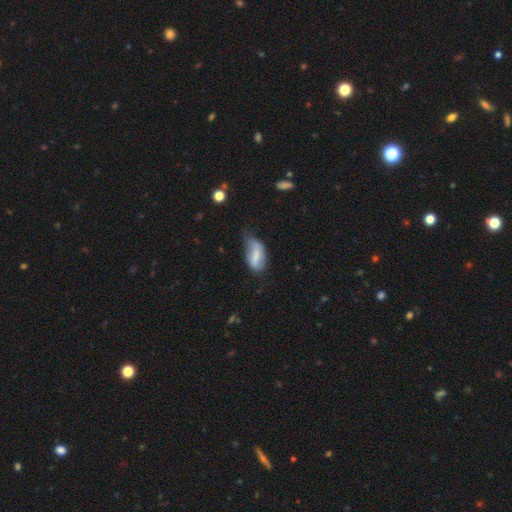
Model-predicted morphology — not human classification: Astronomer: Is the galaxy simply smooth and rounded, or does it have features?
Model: smooth — 68%.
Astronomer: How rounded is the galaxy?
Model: in between — 89%.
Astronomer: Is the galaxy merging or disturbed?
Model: minor disturbance — 46% (runner-up: major disturbance, 27%).